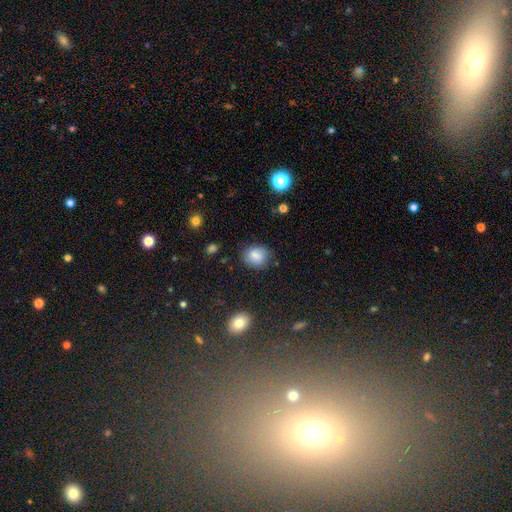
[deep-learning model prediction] A smooth galaxy with no disk features (82%) that is round (61%). Merging: none (80%).